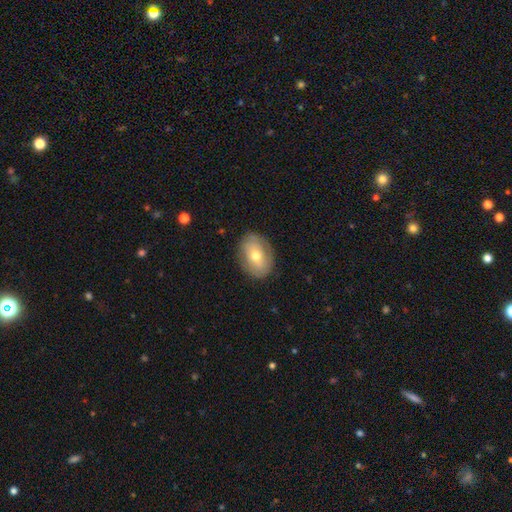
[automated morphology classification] Smooth or featured?
  - smooth: 56% *
  - featured or disk: 36%
  - star or artifact: 8%
How rounded?
  - in between: 74% *
  - round: 25%
  - cigar-shaped: 1%
Merging?
  - none: 83% *
  - minor disturbance: 13%
  - major disturbance: 4%
  - merger: 1%